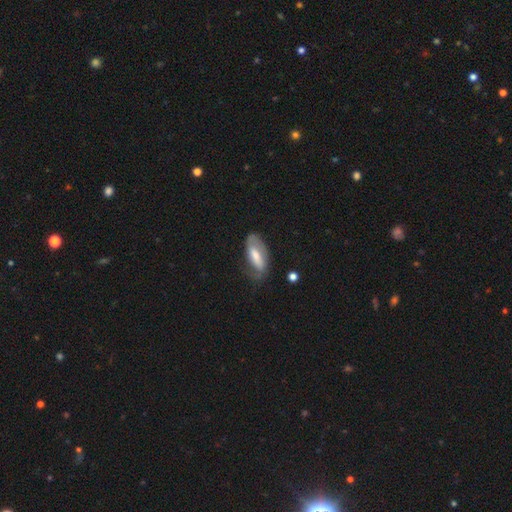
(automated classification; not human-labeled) This is possibly a featured or disk galaxy (50%). It is clearly not viewed edge-on (84%). Merging: possibly none (60%).